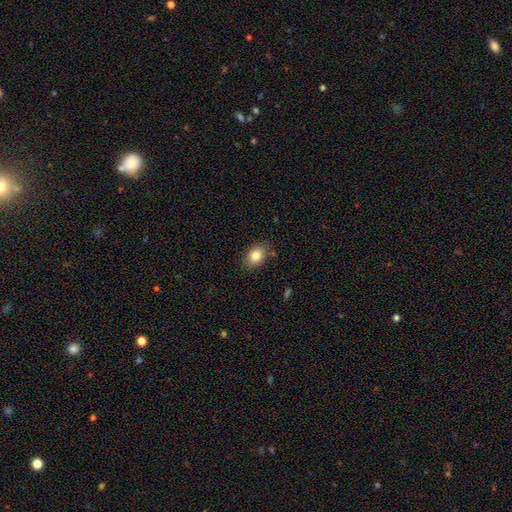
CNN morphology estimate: This appears to be a smooth galaxy with no disk features (82%) that is in between round and cigar-shaped (78%). Merging: none (82%).